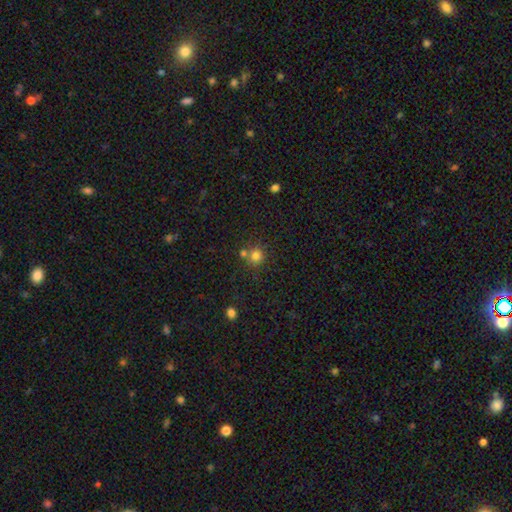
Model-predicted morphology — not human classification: smooth-or-featured: smooth: 79% | star or artifact: 15% | featured or disk: 7%
  how-rounded: round: 91% | in between: 9% | cigar-shaped: 1%
  merging: none: 64% | merger: 23% | minor disturbance: 9% | major disturbance: 3%